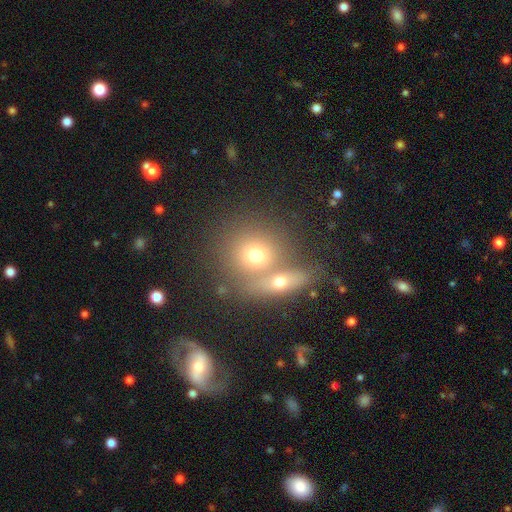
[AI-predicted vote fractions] This is possibly a smooth galaxy (58%). How rounded: likely round (75%). Merging: possibly none (50%).